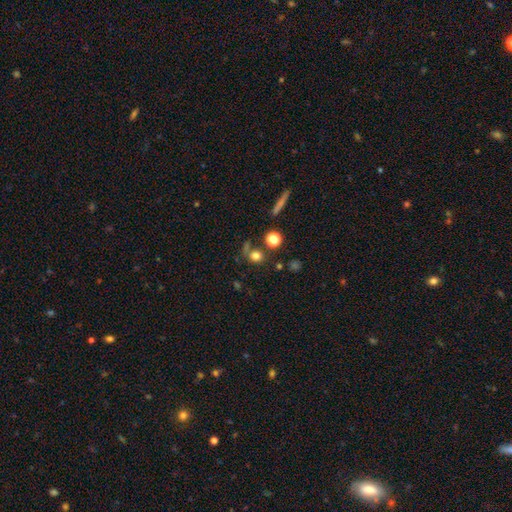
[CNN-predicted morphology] Smooth or featured: smooth — 76% (star or artifact — 15%)
How rounded: round — 79% (in between — 18%)
Merging: none — 64% (merger — 17%)